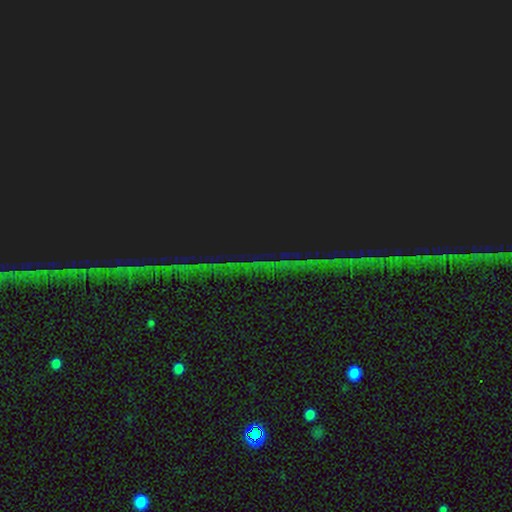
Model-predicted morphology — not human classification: Smooth or featured: star or artifact — 87% (featured or disk — 6%)